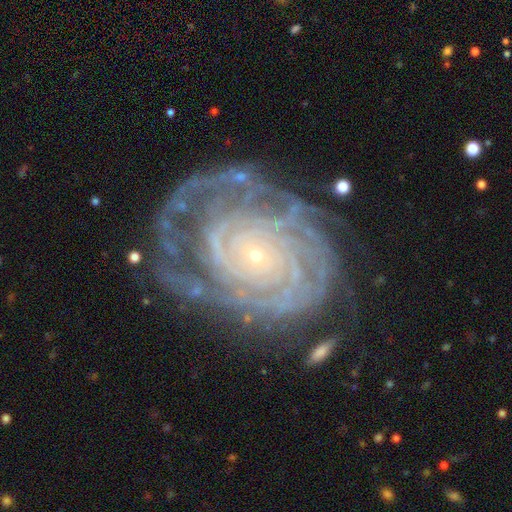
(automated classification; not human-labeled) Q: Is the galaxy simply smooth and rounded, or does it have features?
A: featured or disk — 87%.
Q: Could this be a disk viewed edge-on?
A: no — 97%.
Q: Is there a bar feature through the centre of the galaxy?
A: no — 82%.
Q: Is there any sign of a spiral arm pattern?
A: yes — 96%.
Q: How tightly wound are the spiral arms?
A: tight — 82%.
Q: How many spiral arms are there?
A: can't tell — 28%.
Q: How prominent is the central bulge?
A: small — 89%.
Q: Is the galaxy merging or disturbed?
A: none — 65%.